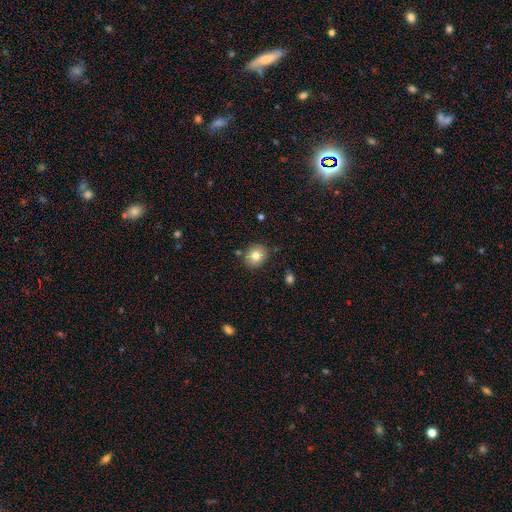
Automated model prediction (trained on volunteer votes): Smooth or featured: smooth — 80% (featured or disk — 11%)
How rounded: round — 73% (in between — 26%)
Merging: none — 84% (minor disturbance — 10%)